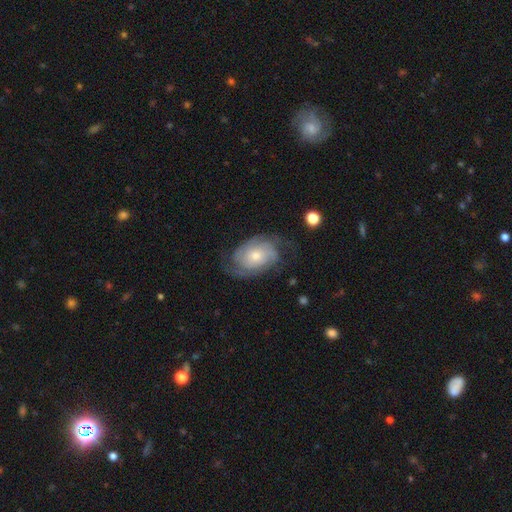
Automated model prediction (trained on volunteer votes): A featured or disk galaxy (82%) with no bar (77%), 2 (61%) tight (58%) spiral arms (95%) and a small central bulge (51%).

Vote fractions:
- Smooth or featured? featured or disk: 82% / smooth: 12% / star or artifact: 6%
- Edge-on disk? no: 97% / yes: 3%
- Bar? no: 77% / weak: 20% / strong: 4%
- Spiral arms? yes: 95% / no: 5%
- Spiral winding? tight: 58% / medium: 32% / loose: 10%
- Spiral arm count? 2: 61% / can't tell: 17% / 3: 12% / 4: 4% / 1: 3% / more than 4: 3%
- Bulge size? small: 51% / moderate: 42% / large: 4% / none: 2% / dominant: 1%
- Merging? none: 70% / minor disturbance: 19% / major disturbance: 10% / merger: 1%